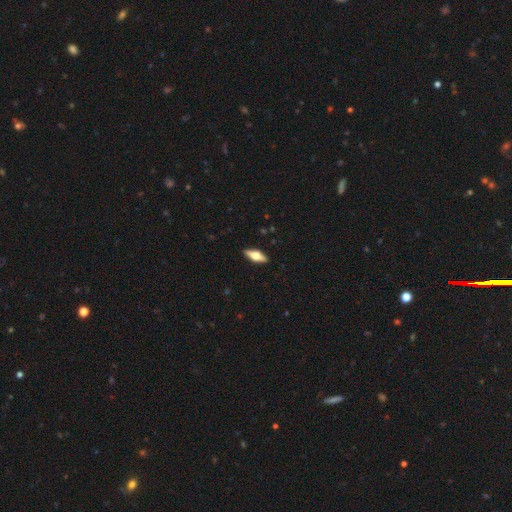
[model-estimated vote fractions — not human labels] Smooth or featured: featured or disk — 50% (smooth — 44%)
Edge-on disk: yes — 92% (no — 8%)
Merging: none — 90% (minor disturbance — 7%)